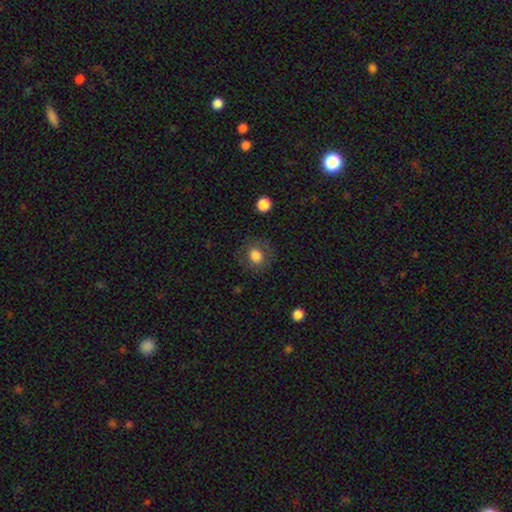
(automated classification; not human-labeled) The model was most divided on "how rounded": round: 78%, in between: 21%, cigar-shaped: 1%. More confident: smooth or featured — smooth (78%); merging — none (78%).